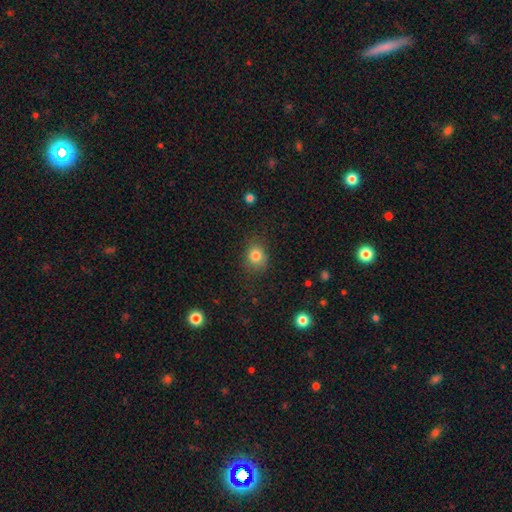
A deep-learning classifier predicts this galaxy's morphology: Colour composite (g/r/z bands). It shows a smooth galaxy with no disk features (82%) that is round (69%). Merging: none (76%).